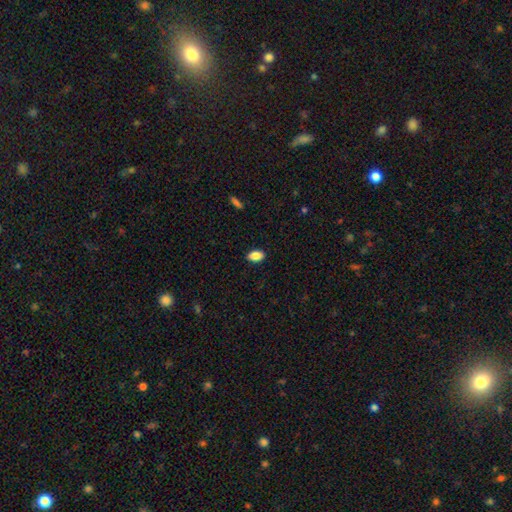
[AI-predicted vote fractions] Morphology: type=smooth (87%); roundness=in between (90%); merging=none (89%).